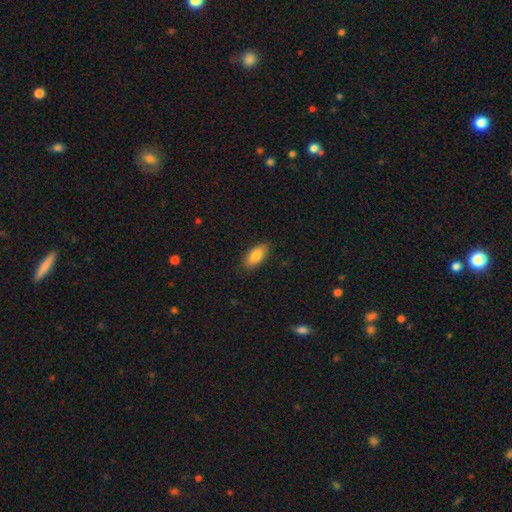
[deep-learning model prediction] Smooth or featured? Predicted: smooth (p=0.84). How rounded? Predicted: in between (p=0.88). Merging? Predicted: none (p=0.86).